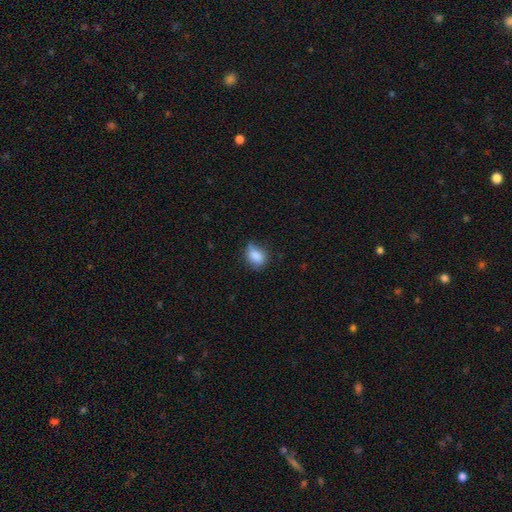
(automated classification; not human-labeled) Morphology: type=smooth (85%); roundness=in between (67%); merging=none (55%).